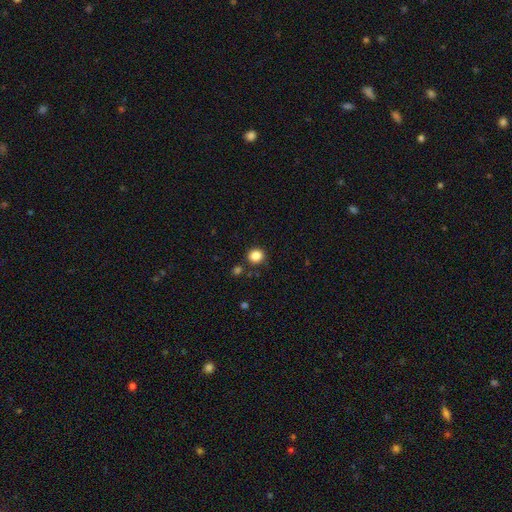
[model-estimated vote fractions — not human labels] This appears to be a smooth galaxy with no disk features (86%) that is round (83%). Merging: none (85%).